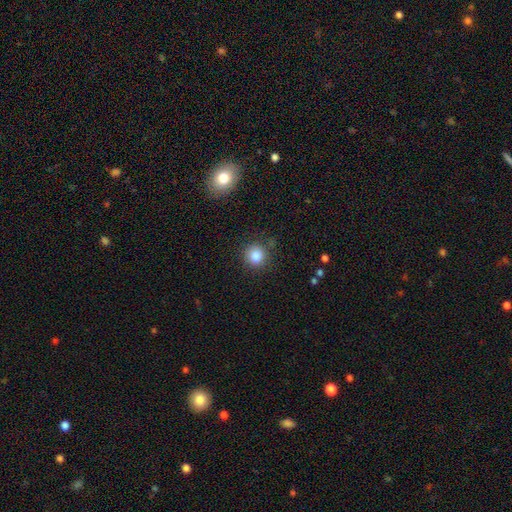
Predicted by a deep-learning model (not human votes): Morphology: type=smooth (85%); roundness=round (91%); merging=none (84%).